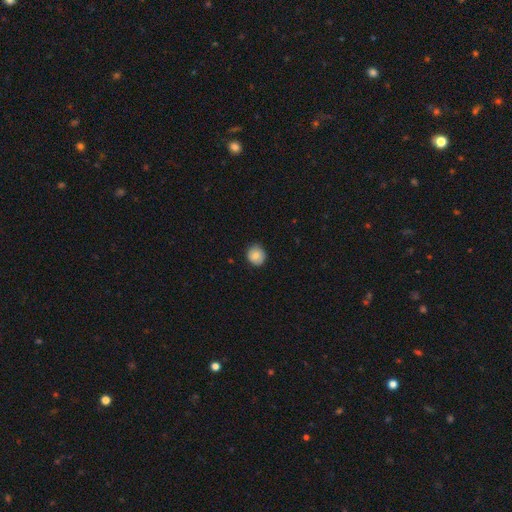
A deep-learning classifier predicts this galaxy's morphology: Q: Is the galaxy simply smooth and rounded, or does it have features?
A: smooth — 83%.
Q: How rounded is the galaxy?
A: round — 89%.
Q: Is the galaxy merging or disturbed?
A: none — 86%.